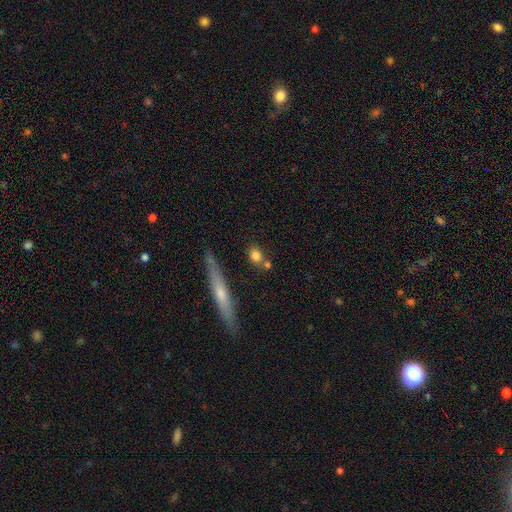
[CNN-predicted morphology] Overall: smooth (77%). How rounded: round (50%; in between 40%). Merging: none (63%).